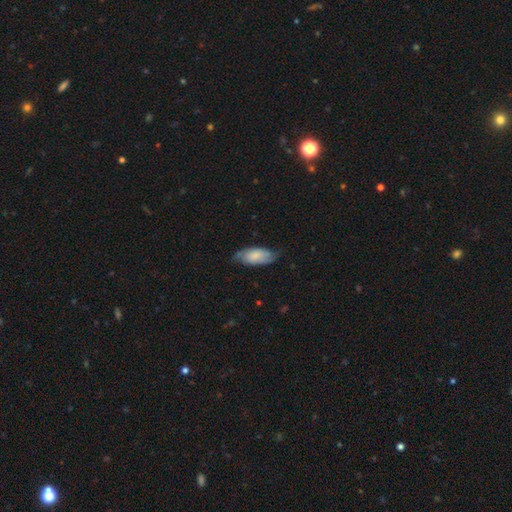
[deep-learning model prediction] Smooth or featured? smooth (60%)
How rounded? in between (87%)
Merging? none (65%)